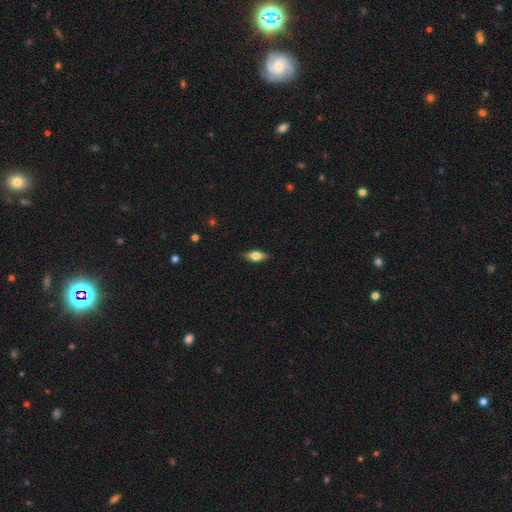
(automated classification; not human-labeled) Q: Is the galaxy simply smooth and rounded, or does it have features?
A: smooth — 63%.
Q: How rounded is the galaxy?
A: in between — 77%.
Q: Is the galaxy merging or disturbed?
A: none — 86%.